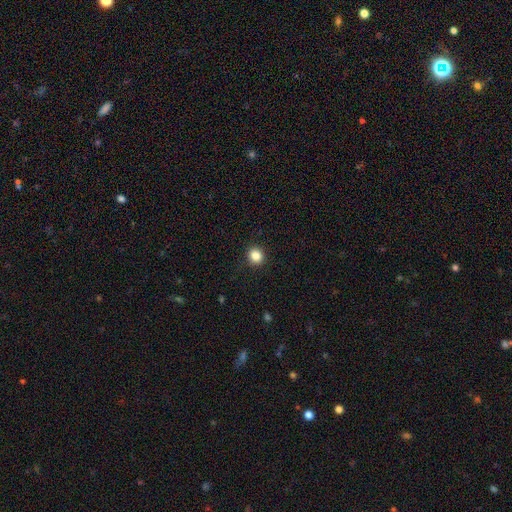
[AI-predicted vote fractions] Smooth or featured: smooth — 85% (star or artifact — 11%)
How rounded: round — 82% (in between — 17%)
Merging: none — 91% (minor disturbance — 6%)